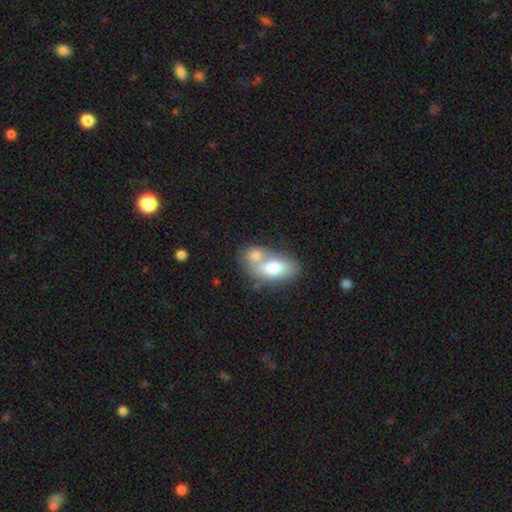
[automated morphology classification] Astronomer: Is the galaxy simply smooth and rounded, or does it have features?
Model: smooth — 75%.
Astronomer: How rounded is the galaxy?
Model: in between — 79%.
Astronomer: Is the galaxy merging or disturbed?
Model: merger — 61%.